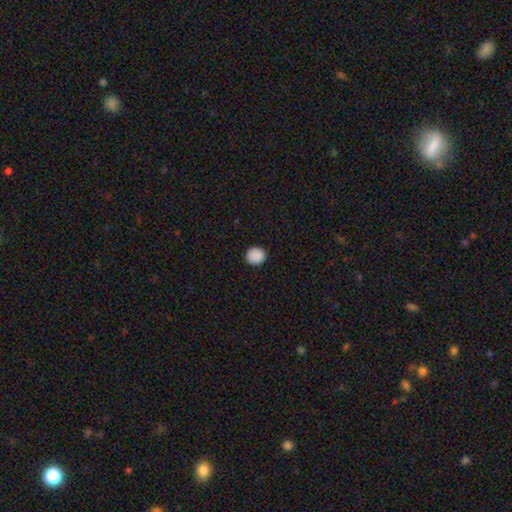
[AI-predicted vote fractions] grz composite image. It shows a smooth galaxy with no disk features (89%) that is round (87%). Merging: none (91%).